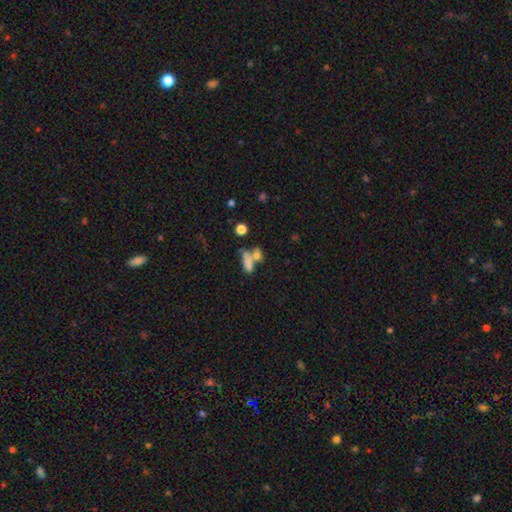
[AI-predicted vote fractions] A smooth galaxy with no disk features (70%) that is in between round and cigar-shaped (61%).

Vote fractions:
- Smooth or featured? smooth: 70% / featured or disk: 17% / star or artifact: 13%
- How rounded? in between: 61% / round: 21% / cigar-shaped: 18%
- Merging? merger: 48% / none: 34% / minor disturbance: 10% / major disturbance: 8%